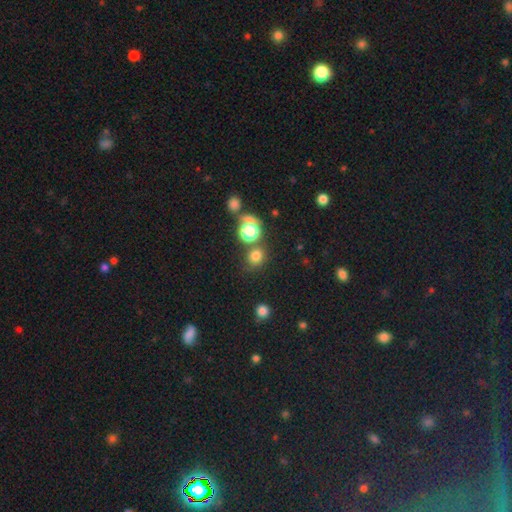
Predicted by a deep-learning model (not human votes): Smooth or featured? Predicted: smooth (p=0.73). How rounded? Predicted: round (p=0.79). Merging? Predicted: none (p=0.70).